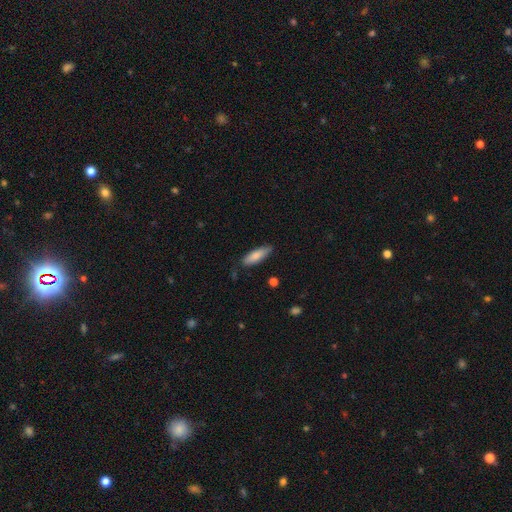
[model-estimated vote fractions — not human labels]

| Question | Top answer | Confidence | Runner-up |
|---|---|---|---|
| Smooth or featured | smooth | 80% | featured or disk (14%) |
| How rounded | in between | 51% | cigar-shaped (47%) |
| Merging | none | 80% | minor disturbance (16%) |